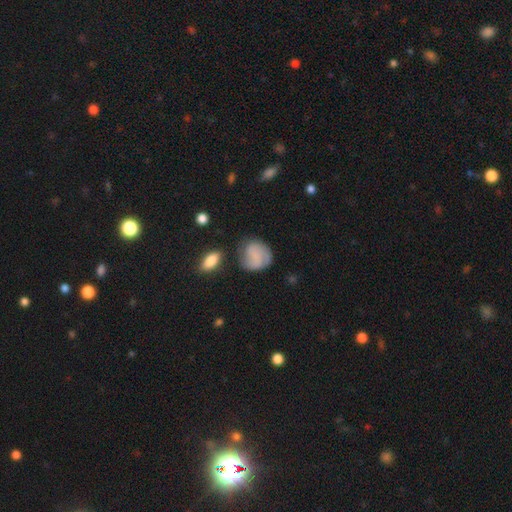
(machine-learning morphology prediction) A smooth galaxy with no disk features (59%) that is round (71%).

Vote fractions:
- Smooth or featured? smooth: 59% / featured or disk: 33% / star or artifact: 8%
- How rounded? round: 71% / in between: 27% / cigar-shaped: 1%
- Merging? none: 62% / minor disturbance: 24% / major disturbance: 10% / merger: 4%